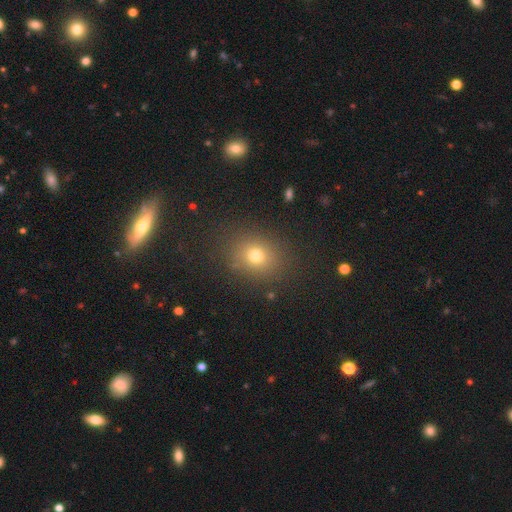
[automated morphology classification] Smooth or featured: smooth — 73% (star or artifact — 18%)
How rounded: round — 62% (in between — 37%)
Merging: none — 85% (minor disturbance — 10%)